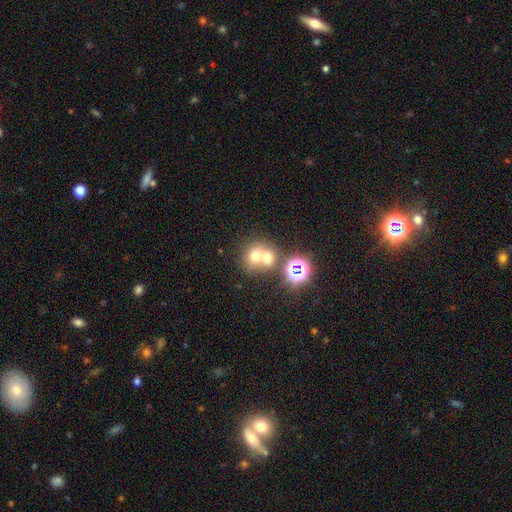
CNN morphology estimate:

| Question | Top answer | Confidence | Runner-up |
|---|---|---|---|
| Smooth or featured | smooth | 63% | star or artifact (20%) |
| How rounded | round | 75% | in between (24%) |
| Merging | merger | 58% | none (34%) |